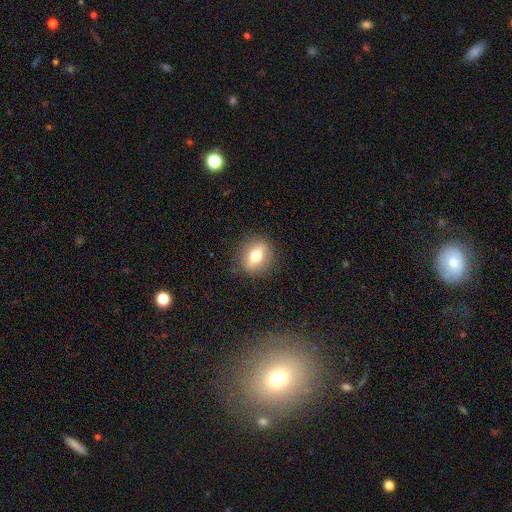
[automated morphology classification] Smooth or featured?
  - smooth: 58% *
  - featured or disk: 33%
  - star or artifact: 9%
How rounded?
  - round: 60% *
  - in between: 37%
  - cigar-shaped: 4%
Merging?
  - none: 87% *
  - minor disturbance: 9%
  - major disturbance: 3%
  - merger: 1%